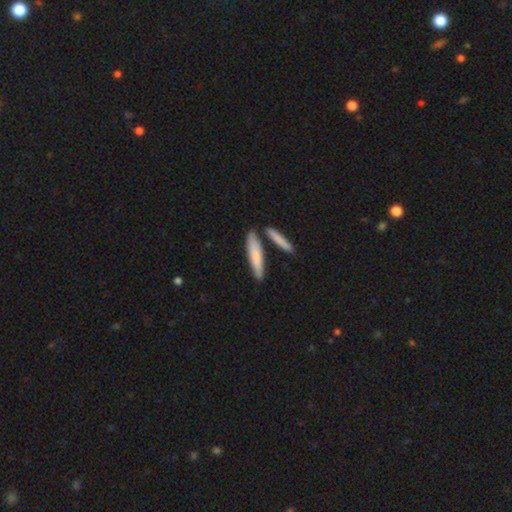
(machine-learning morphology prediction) Q: Smooth or featured?
A: smooth (77%); runner-up: featured or disk (18%)
Q: How rounded?
A: cigar-shaped (86%); runner-up: in between (12%)
Q: Merging?
A: none (79%); runner-up: minor disturbance (10%)